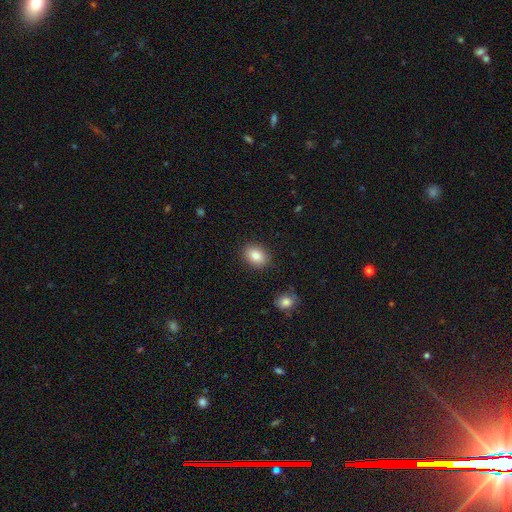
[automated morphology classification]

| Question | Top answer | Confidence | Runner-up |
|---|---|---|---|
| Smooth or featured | smooth | 86% | star or artifact (8%) |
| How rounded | in between | 73% | round (26%) |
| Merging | none | 88% | minor disturbance (8%) |